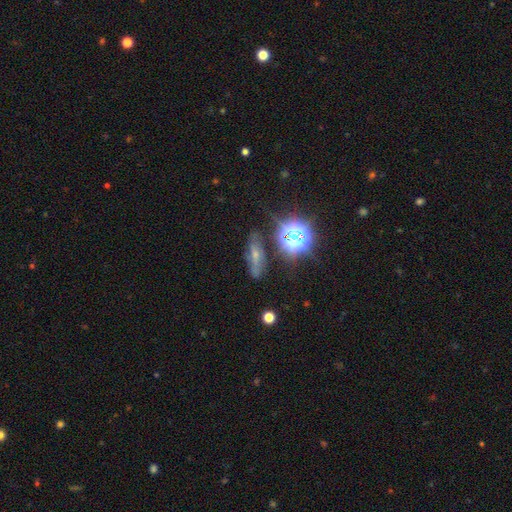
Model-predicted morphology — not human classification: Smooth or featured?
  - smooth: 37% *
  - featured or disk: 32%
  - star or artifact: 30%
Merging?
  - none: 70% *
  - minor disturbance: 18%
  - major disturbance: 8%
  - merger: 4%